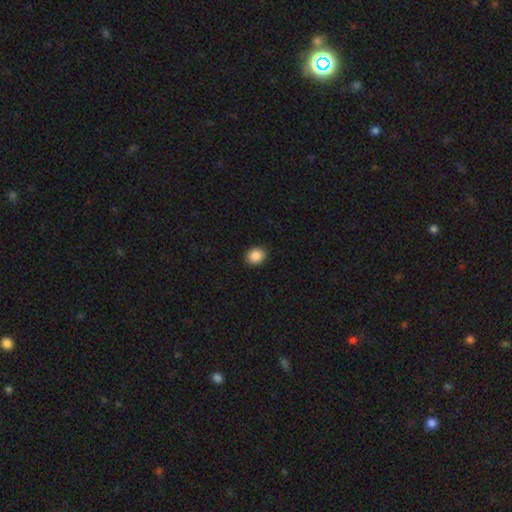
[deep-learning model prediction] Smooth or featured?
  - smooth: 88% *
  - star or artifact: 9%
  - featured or disk: 4%
How rounded?
  - round: 53% *
  - in between: 46%
  - cigar-shaped: 1%
Merging?
  - none: 90% *
  - minor disturbance: 7%
  - major disturbance: 2%
  - merger: 1%